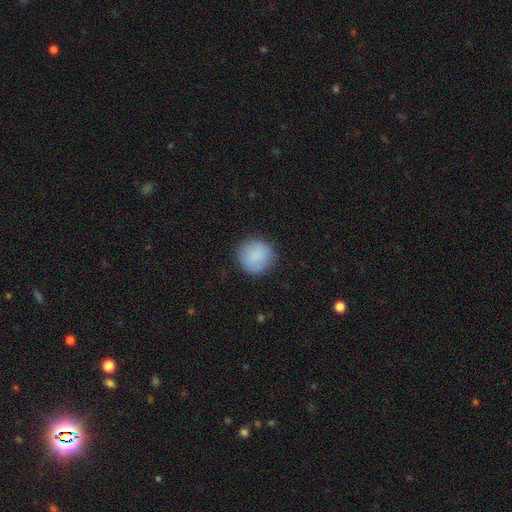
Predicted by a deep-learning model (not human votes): The model was most divided on "merging": none: 86%, minor disturbance: 10%, major disturbance: 3%, merger: 1%. More confident: how rounded — round (93%); smooth or featured — smooth (88%).